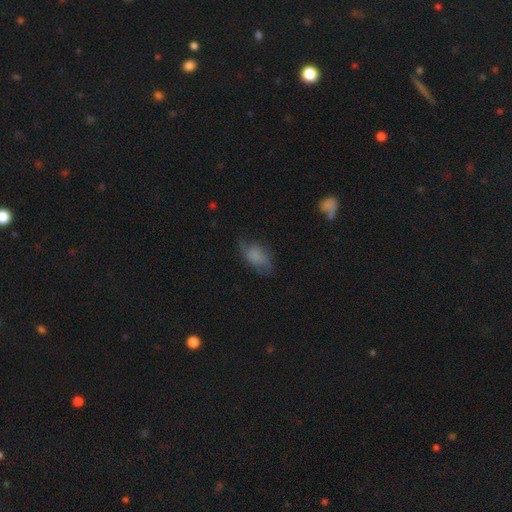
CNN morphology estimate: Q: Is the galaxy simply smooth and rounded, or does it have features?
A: smooth — 63%.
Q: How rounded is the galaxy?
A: in between — 87%.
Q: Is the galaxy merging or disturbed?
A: none — 52%.